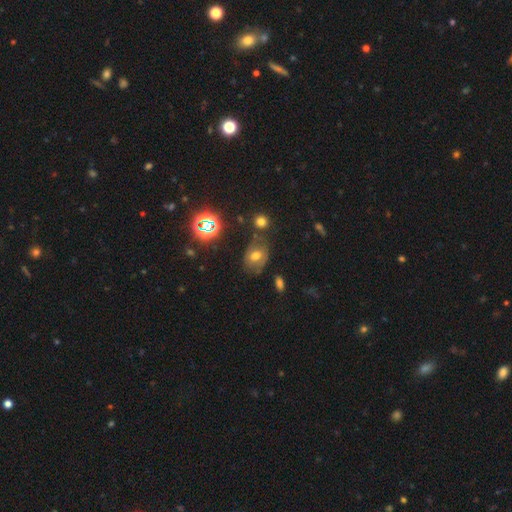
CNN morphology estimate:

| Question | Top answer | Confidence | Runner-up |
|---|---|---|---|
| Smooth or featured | smooth | 52% | featured or disk (26%) |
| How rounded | in between | 66% | round (33%) |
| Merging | none | 64% | minor disturbance (22%) |